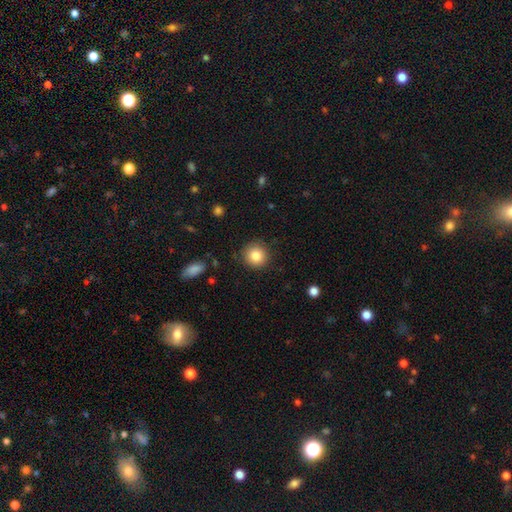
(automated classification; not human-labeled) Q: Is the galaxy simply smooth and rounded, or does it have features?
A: smooth — 84%.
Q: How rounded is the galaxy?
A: round — 93%.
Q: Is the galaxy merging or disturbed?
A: none — 88%.